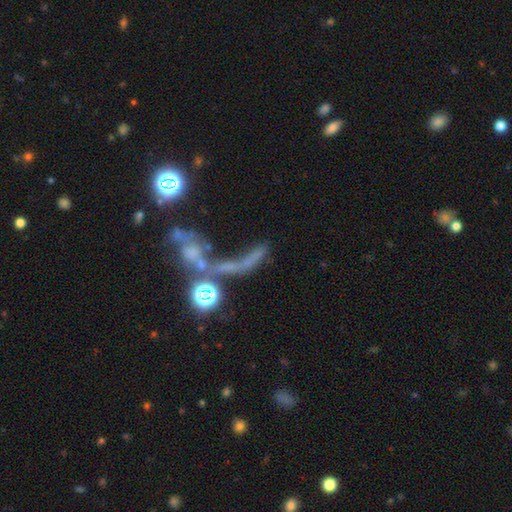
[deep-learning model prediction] Morphology: type=star or artifact (42%).